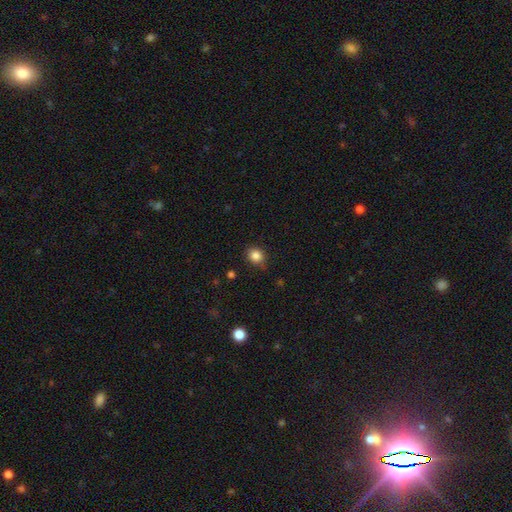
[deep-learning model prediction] Smooth or featured: smooth — 85% (star or artifact — 11%)
How rounded: round — 71% (in between — 28%)
Merging: none — 82% (minor disturbance — 14%)